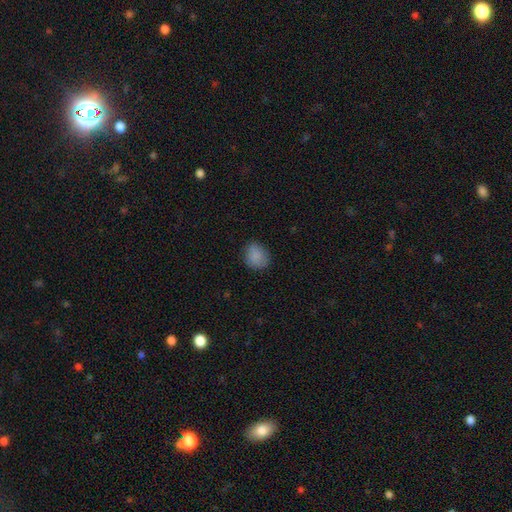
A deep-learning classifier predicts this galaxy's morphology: This is clearly a smooth galaxy (86%). How rounded: likely round (68%). Merging: likely none (79%).